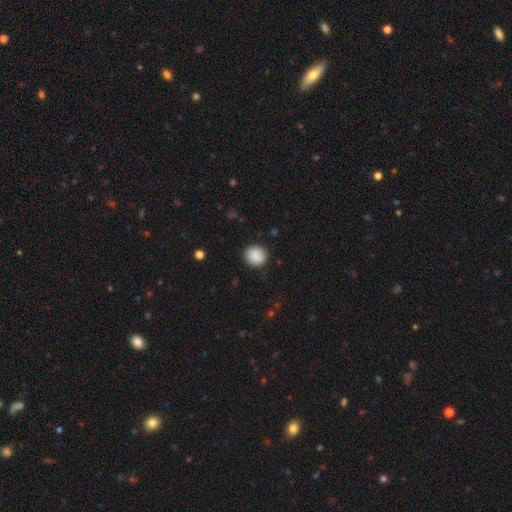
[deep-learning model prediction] This is clearly a smooth galaxy (87%). How rounded: clearly round (88%). Merging: clearly none (88%).